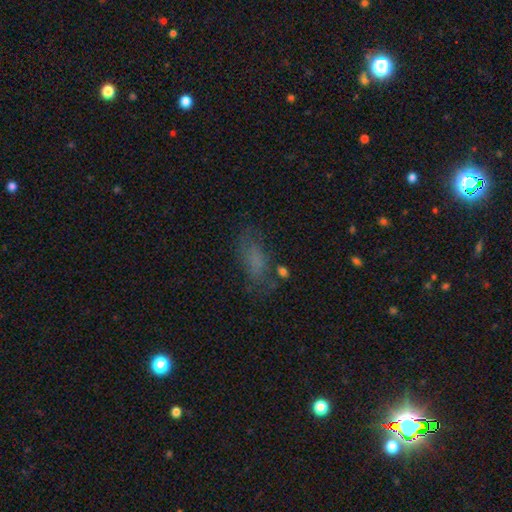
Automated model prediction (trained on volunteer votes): The model was most divided on "smooth or featured": smooth: 53%, star or artifact: 27%, featured or disk: 20%. More confident: how rounded — in between (76%); merging — none (67%).